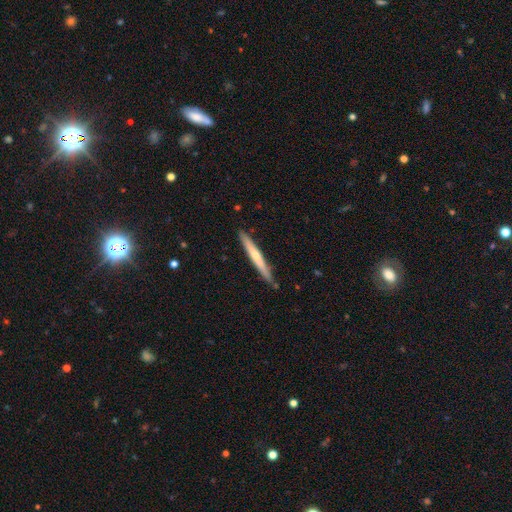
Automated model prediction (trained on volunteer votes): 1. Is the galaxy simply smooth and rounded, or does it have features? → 49% smooth, 46% featured or disk, 5% star or artifact.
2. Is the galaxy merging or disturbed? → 86% none, 11% minor disturbance, 2% merger, 2% major disturbance.